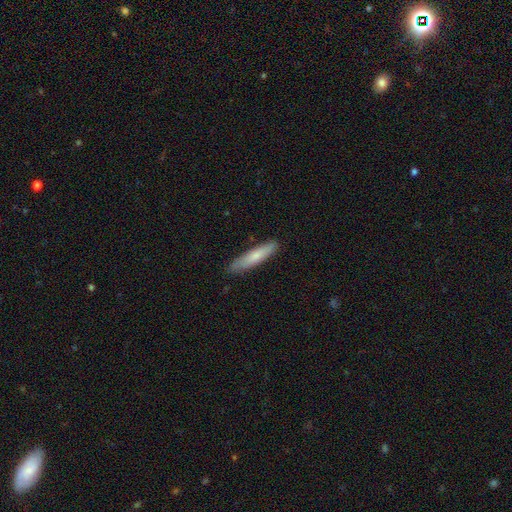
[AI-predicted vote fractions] smooth-or-featured: smooth: 72% | featured or disk: 23% | star or artifact: 6%
  how-rounded: cigar-shaped: 87% | in between: 12% | round: 1%
  merging: none: 84% | minor disturbance: 13% | major disturbance: 2% | merger: 1%